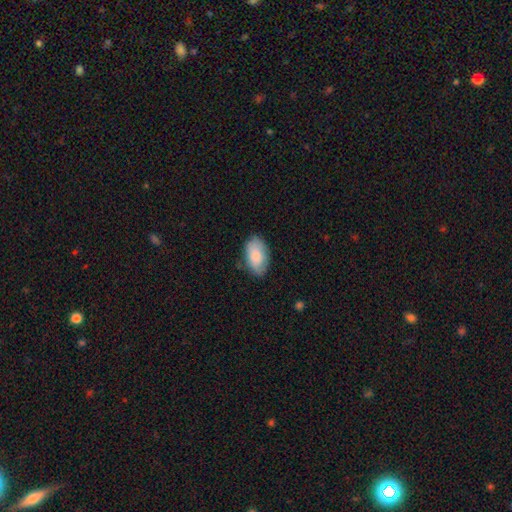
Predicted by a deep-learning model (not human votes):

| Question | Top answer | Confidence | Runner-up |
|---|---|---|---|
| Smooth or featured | smooth | 83% | featured or disk (11%) |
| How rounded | in between | 94% | round (4%) |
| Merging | none | 78% | minor disturbance (18%) |